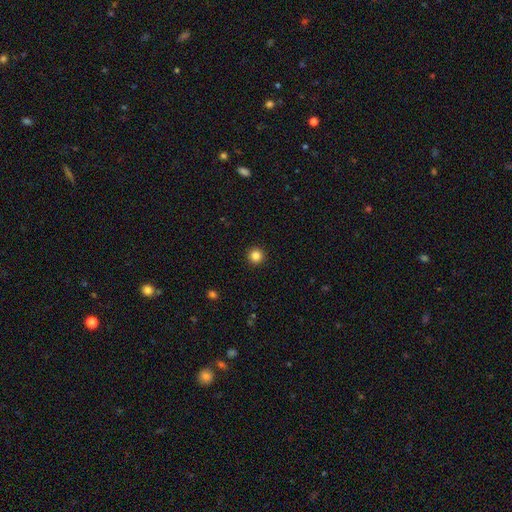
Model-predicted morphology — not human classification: Smooth or featured?
  - smooth: 84% *
  - star or artifact: 12%
  - featured or disk: 4%
How rounded?
  - round: 96% *
  - in between: 3%
  - cigar-shaped: 1%
Merging?
  - none: 93% *
  - minor disturbance: 4%
  - major disturbance: 2%
  - merger: 1%